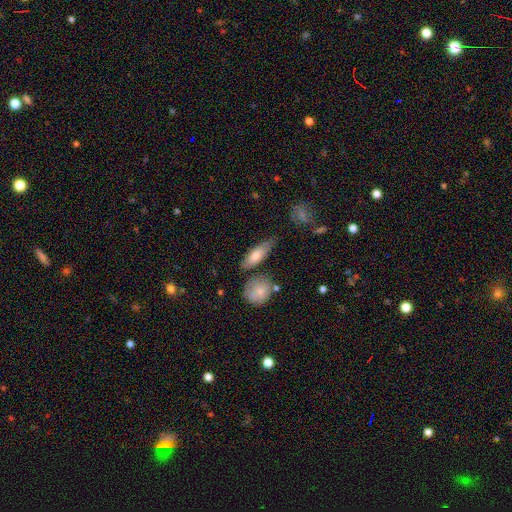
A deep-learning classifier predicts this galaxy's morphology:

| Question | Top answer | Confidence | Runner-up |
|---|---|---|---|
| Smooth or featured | smooth | 71% | featured or disk (23%) |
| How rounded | in between | 55% | cigar-shaped (41%) |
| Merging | none | 64% | minor disturbance (22%) |